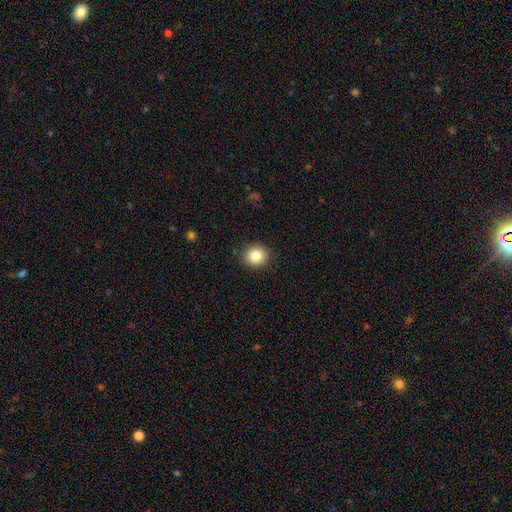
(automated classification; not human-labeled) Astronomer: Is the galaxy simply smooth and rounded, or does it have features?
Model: smooth — 83%.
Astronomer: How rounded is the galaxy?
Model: round — 87%.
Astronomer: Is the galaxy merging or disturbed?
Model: none — 90%.